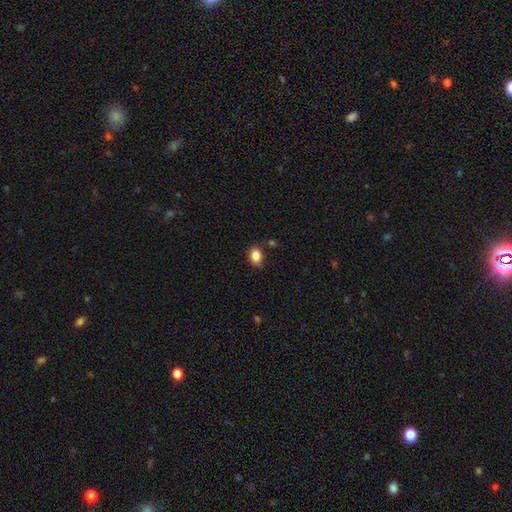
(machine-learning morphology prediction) A smooth galaxy with no disk features (86%) that is in between round and cigar-shaped (64%). Merging: none (78%).